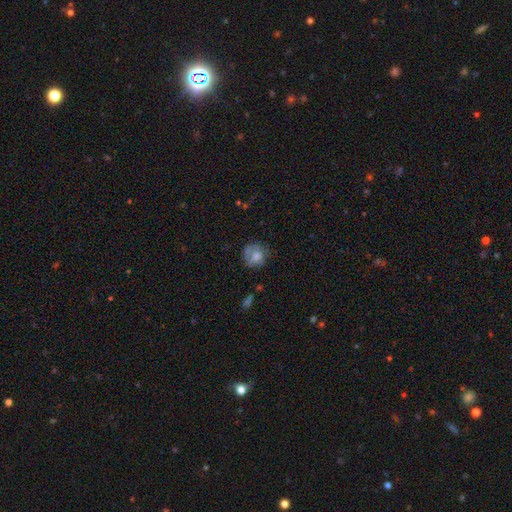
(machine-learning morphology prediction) Smooth or featured: smooth — 63% (featured or disk — 27%)
How rounded: round — 78% (in between — 21%)
Merging: none — 56% (minor disturbance — 25%)